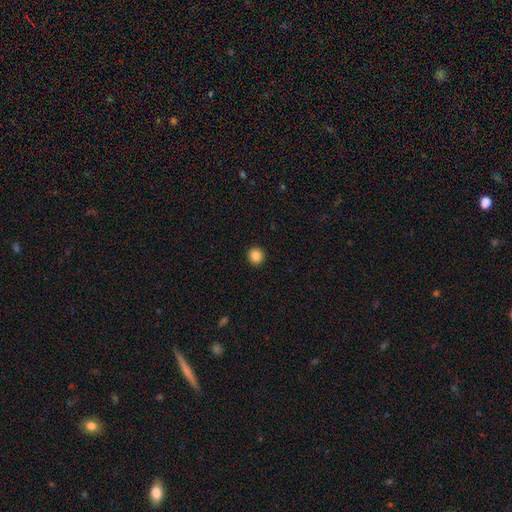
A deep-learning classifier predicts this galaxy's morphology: This appears to be a smooth galaxy with no disk features (85%) that is round (95%). Merging: none (94%).